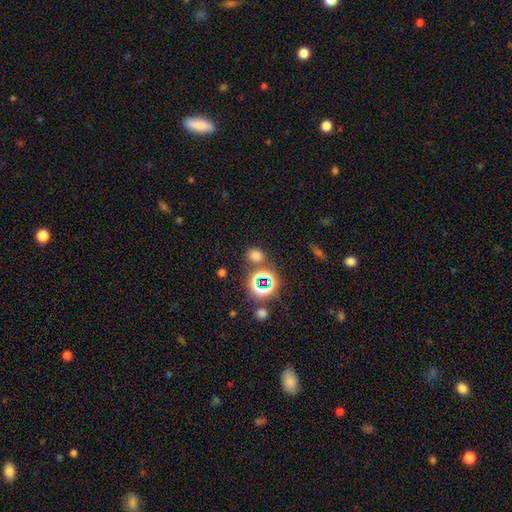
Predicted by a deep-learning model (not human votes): smooth-or-featured: smooth: 63% | star or artifact: 31% | featured or disk: 6%
  how-rounded: round: 72% | in between: 27% | cigar-shaped: 1%
  merging: none: 78% | merger: 9% | minor disturbance: 9% | major disturbance: 4%